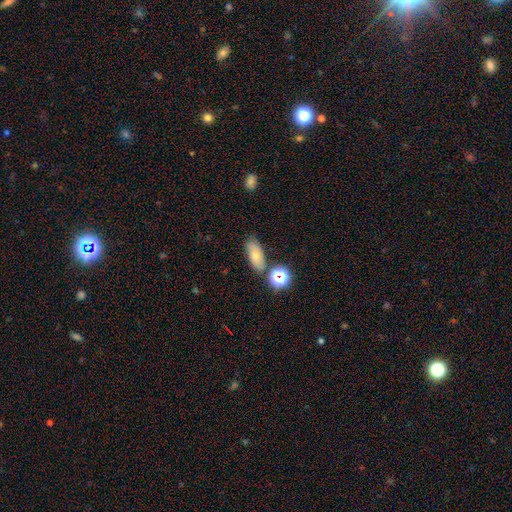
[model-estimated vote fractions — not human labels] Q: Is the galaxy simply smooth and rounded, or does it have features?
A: smooth — 71%.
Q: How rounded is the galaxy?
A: in between — 79%.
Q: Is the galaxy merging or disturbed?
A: none — 72%.